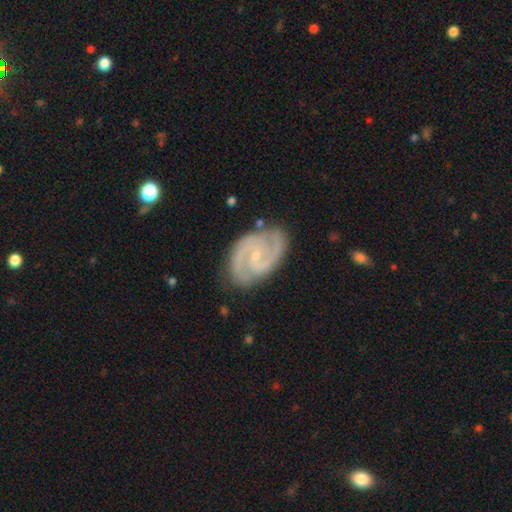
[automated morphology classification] smooth_or_featured: featured or disk (p=0.91) [alt: star or artifact p=0.04]
disk_edge_on: no (p=0.98) [alt: yes p=0.02]
bar: no (p=0.46) [alt: weak p=0.42]
has_spiral_arms: yes (p=0.98) [alt: no p=0.02]
spiral_winding: medium (p=0.52) [alt: tight p=0.39]
spiral_arm_count: 2 (p=0.89) [alt: 3 p=0.04]
bulge_size: small (p=0.77) [alt: moderate p=0.17]
merging: none (p=0.80) [alt: minor disturbance p=0.15]